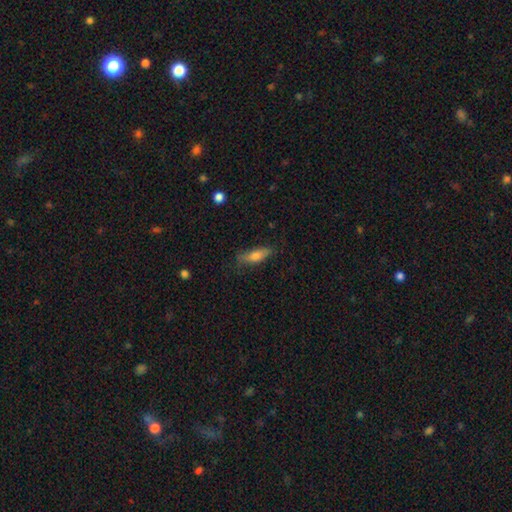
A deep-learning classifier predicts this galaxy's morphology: Smooth or featured? Predicted: smooth (p=0.68). How rounded? Predicted: in between (p=0.50). Merging? Predicted: none (p=0.72).